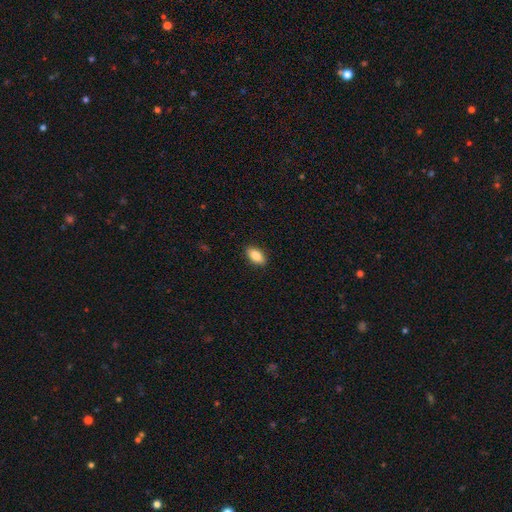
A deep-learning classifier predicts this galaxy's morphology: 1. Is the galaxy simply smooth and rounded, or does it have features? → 85% smooth, 8% featured or disk, 7% star or artifact.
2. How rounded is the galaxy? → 91% in between, 5% cigar-shaped, 4% round.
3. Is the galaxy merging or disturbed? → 90% none, 8% minor disturbance, 2% major disturbance, 1% merger.